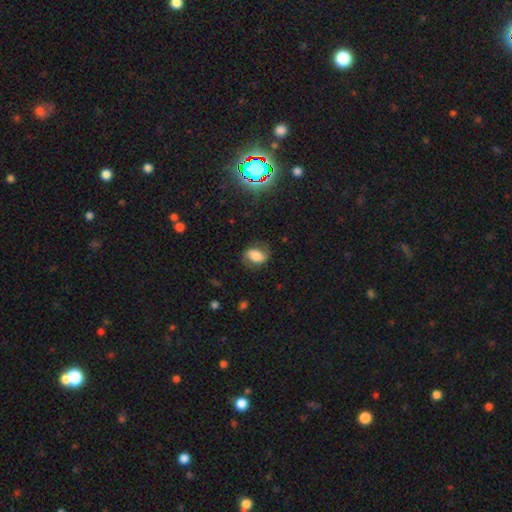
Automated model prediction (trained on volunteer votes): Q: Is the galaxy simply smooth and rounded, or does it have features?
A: smooth — 47%.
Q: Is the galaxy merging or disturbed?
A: none — 72%.